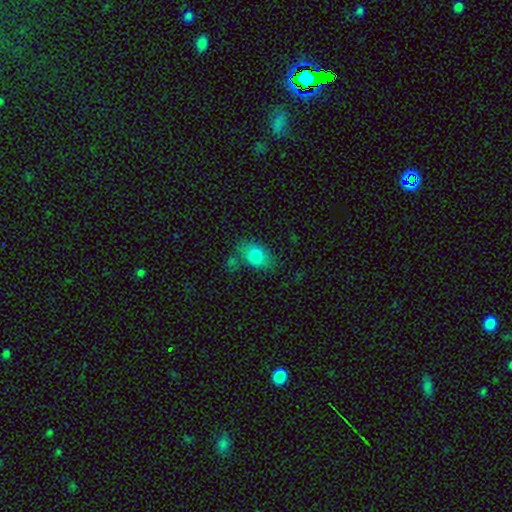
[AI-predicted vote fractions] Morphology: type=smooth (79%); roundness=in between (80%); merging=none (57%).